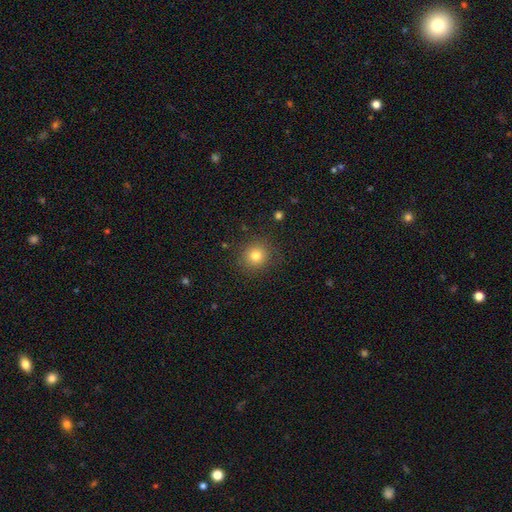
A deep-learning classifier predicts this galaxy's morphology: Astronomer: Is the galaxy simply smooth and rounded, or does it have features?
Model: smooth — 79%.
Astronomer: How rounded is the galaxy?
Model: round — 88%.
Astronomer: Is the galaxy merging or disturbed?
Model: none — 87%.